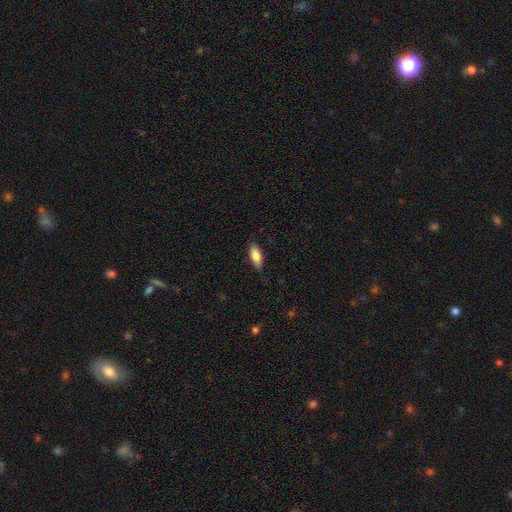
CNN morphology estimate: This is clearly a smooth galaxy (84%). How rounded: likely in between (76%). Merging: clearly none (83%).